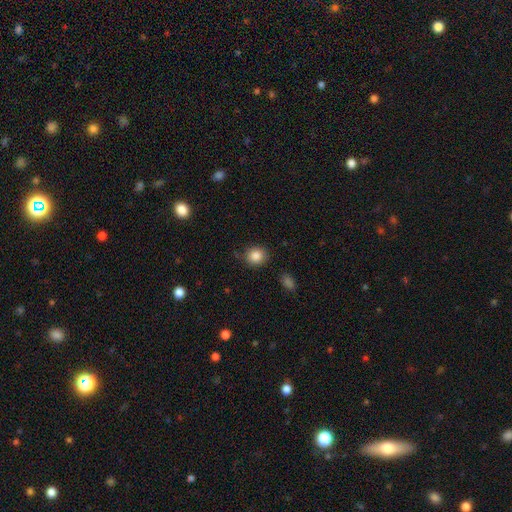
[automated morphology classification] Smooth or featured? smooth (86%)
How rounded? round (81%)
Merging? none (85%)